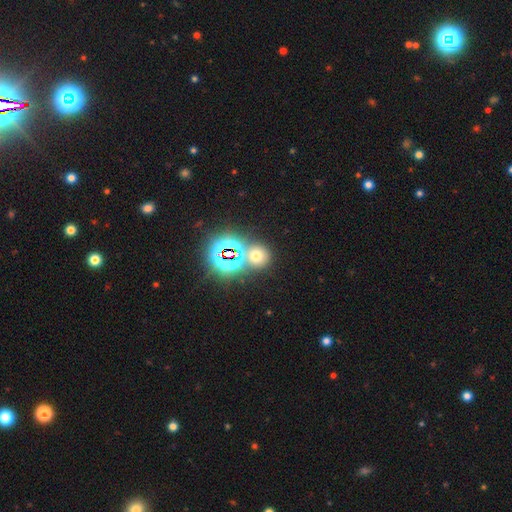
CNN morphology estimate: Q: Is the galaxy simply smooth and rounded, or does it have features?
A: smooth — 51%.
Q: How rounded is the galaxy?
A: round — 82%.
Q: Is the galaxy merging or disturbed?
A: none — 67%.